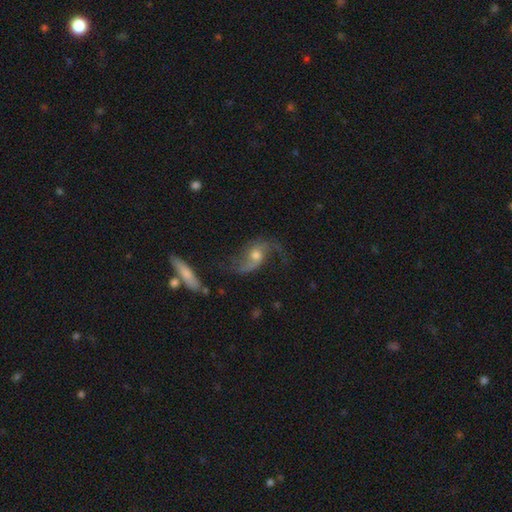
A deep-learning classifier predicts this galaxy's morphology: A featured or disk galaxy (83%) with no bar (62%), 2 (90%) loose (81%) spiral arms (95%) and a moderate central bulge (63%). Merging: none (59%).